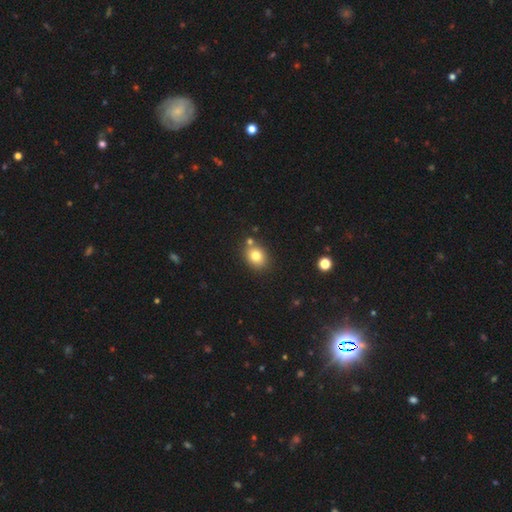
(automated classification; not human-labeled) Morphology: type=smooth (79%); roundness=round (51%); merging=none (74%).